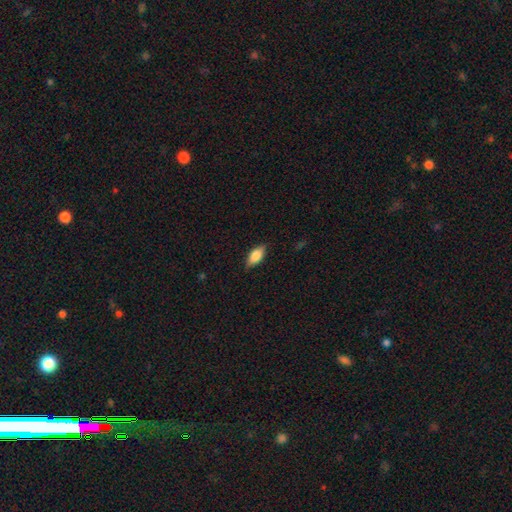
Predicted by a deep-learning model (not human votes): The model was most divided on "smooth or featured": smooth: 80%, featured or disk: 14%, star or artifact: 7%. More confident: how rounded — in between (86%); merging — none (84%).